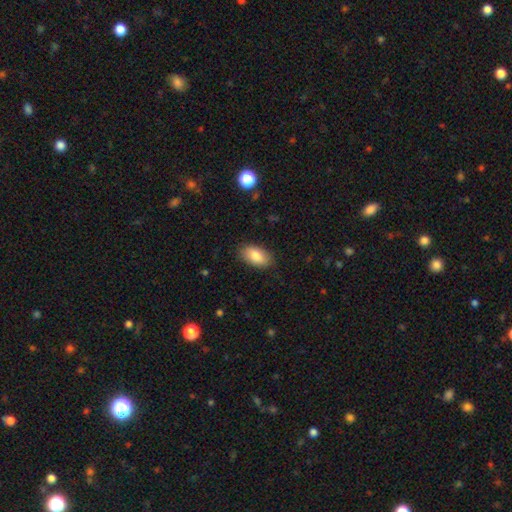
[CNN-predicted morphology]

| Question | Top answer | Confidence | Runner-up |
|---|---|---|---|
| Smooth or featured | smooth | 84% | featured or disk (9%) |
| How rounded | in between | 94% | round (4%) |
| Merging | none | 85% | minor disturbance (11%) |